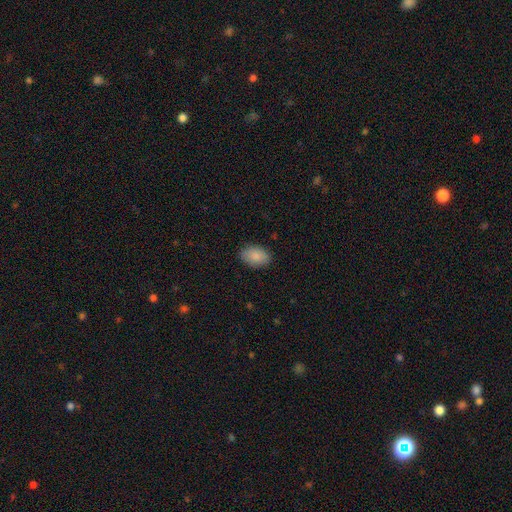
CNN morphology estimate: The model was most divided on "merging": none: 86%, minor disturbance: 10%, major disturbance: 3%, merger: 1%. More confident: how rounded — in between (89%); smooth or featured — smooth (88%).